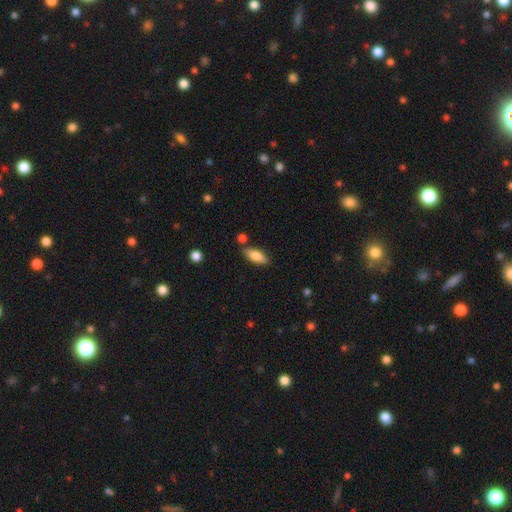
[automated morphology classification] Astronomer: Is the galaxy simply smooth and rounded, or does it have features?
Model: smooth — 80%.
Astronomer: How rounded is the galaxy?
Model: in between — 77%.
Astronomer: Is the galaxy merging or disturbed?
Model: none — 76%.